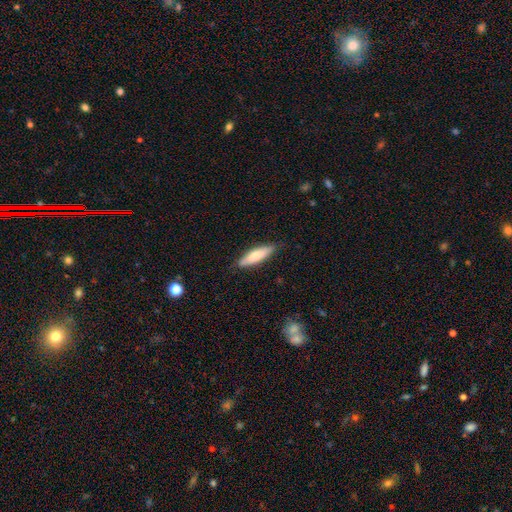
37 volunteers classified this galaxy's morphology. A smooth galaxy with no disk features (68%) that is cigar-shaped (60%).

Vote fractions:
- Smooth or featured? smooth: 68% / featured or disk: 27% / star or artifact: 5%
- How rounded? cigar-shaped: 60% / in between: 40% / round: 0%
- Merging? none: 83% / minor disturbance: 11% / merger: 6% / major disturbance: 0%